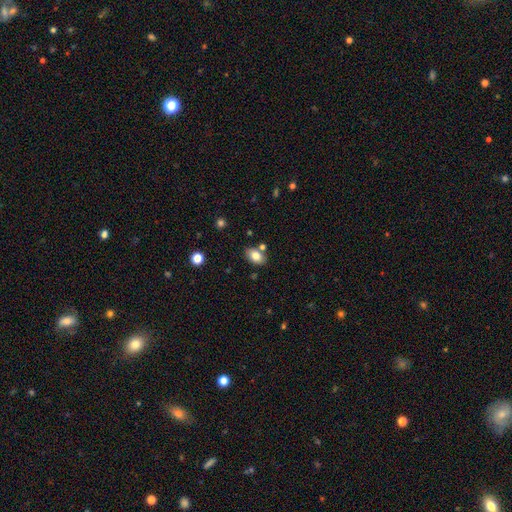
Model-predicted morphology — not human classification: smooth 80%, featured or disk 12%, star or artifact 9%. Down the decision tree: how rounded — in between (88%); merging — none (76%).